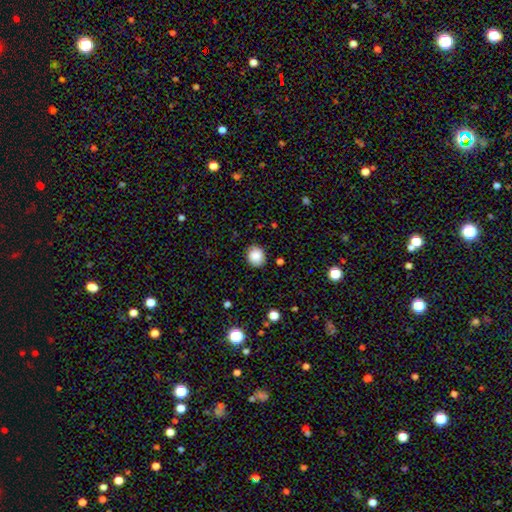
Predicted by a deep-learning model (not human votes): A smooth galaxy with no disk features (88%) that is round (77%). Merging: none (87%).